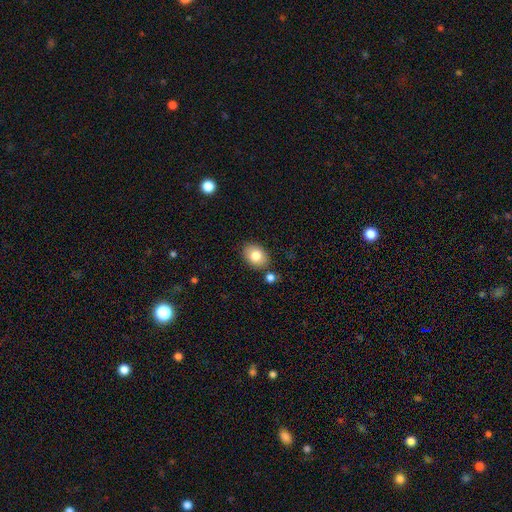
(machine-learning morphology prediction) Overall: smooth (81%). How rounded: in between (71%). Merging: none (81%).